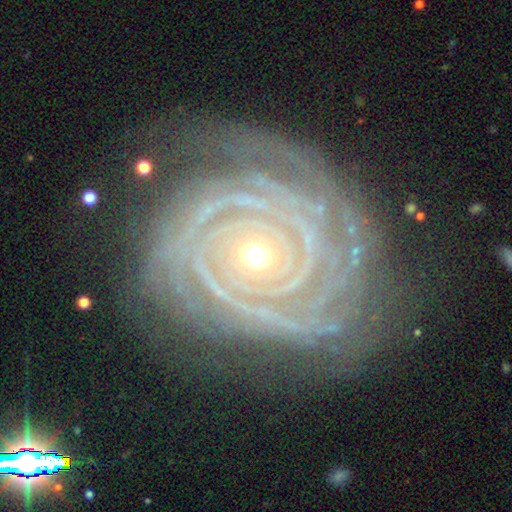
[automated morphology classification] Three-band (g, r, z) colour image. It shows a featured or disk galaxy (92%) with no bar (76%), 3 (22%) tight (91%) spiral arms (99%) and a small central bulge (61%). Merging: none (78%).